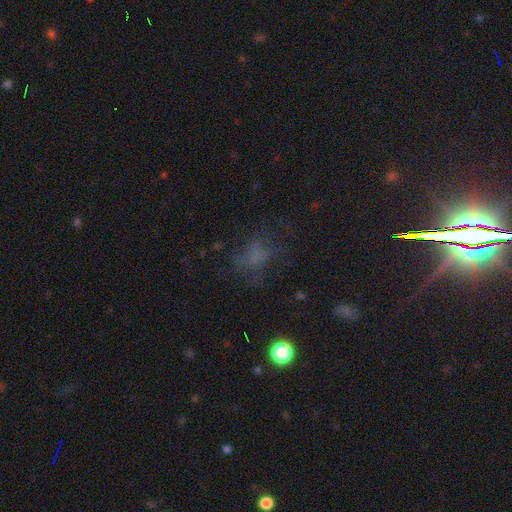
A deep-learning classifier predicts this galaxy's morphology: Smooth or featured?
  - smooth: 48% *
  - star or artifact: 30%
  - featured or disk: 23%
Merging?
  - none: 54% *
  - major disturbance: 25%
  - minor disturbance: 19%
  - merger: 3%